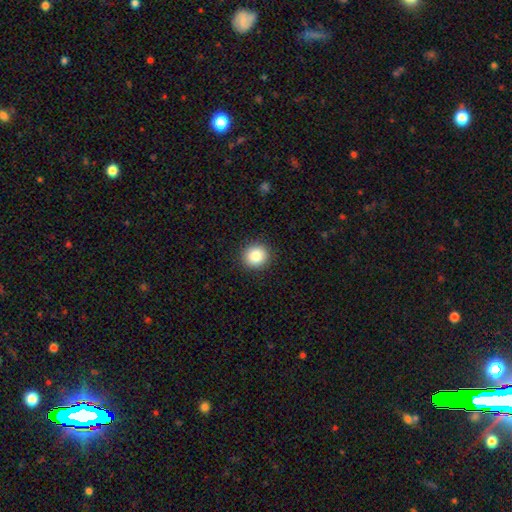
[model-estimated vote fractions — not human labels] A smooth galaxy with no disk features (84%) that is round (89%). Merging: none (91%).